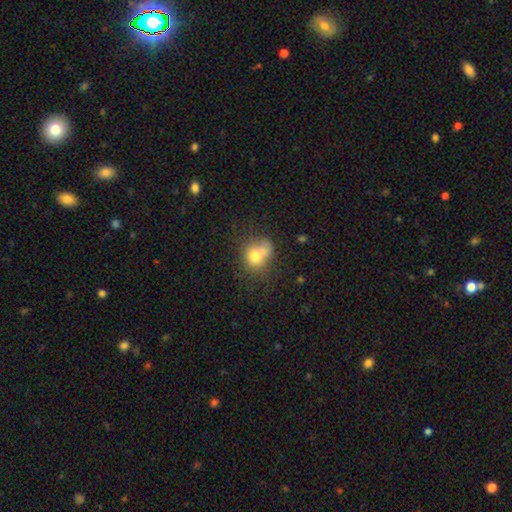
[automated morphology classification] Smooth or featured? Predicted: smooth (p=0.72). How rounded? Predicted: round (p=0.66). Merging? Predicted: merger (p=0.37).